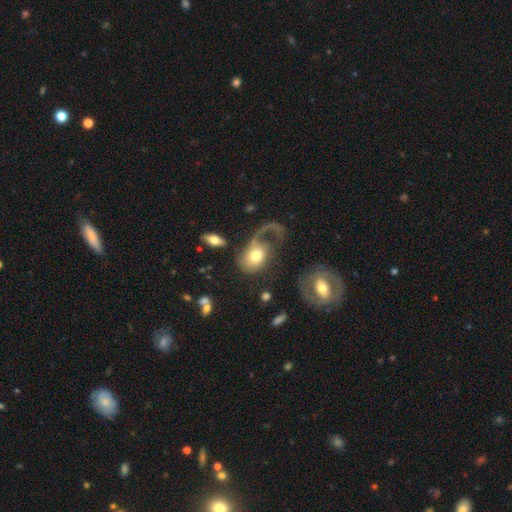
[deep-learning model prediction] A smooth galaxy with no disk features (50%). Merging: major disturbance (55%).